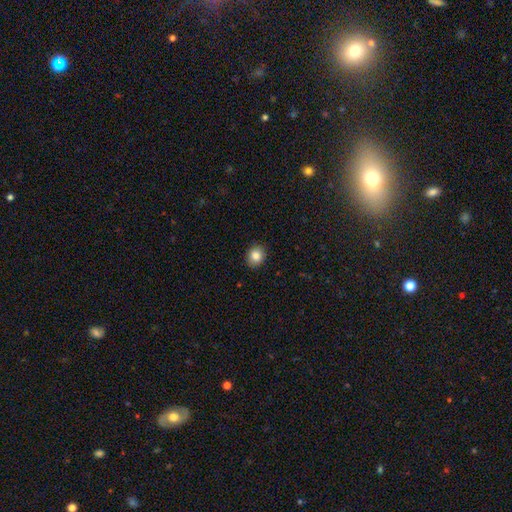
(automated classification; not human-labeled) Smooth or featured? smooth (85%)
How rounded? round (71%)
Merging? none (91%)